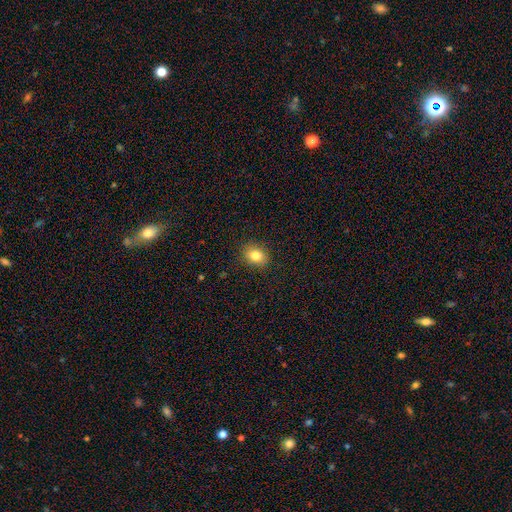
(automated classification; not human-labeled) This appears to be a smooth galaxy with no disk features (83%) that is in between round and cigar-shaped (51%). Merging: none (89%).